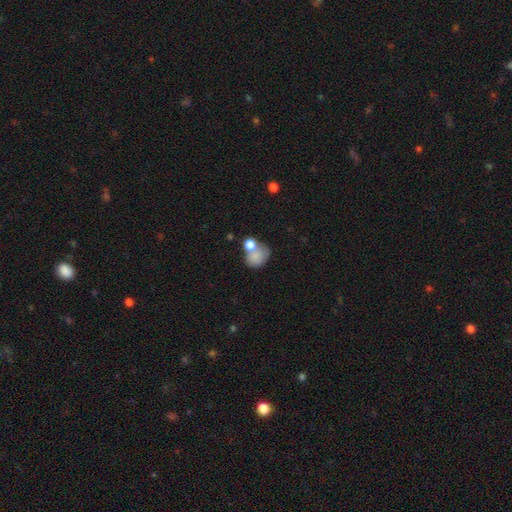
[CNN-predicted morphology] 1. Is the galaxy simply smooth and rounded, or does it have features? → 77% smooth, 13% featured or disk, 10% star or artifact.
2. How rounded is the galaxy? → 54% in between, 45% round, 1% cigar-shaped.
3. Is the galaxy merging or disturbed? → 40% merger, 34% none, 15% minor disturbance, 10% major disturbance.